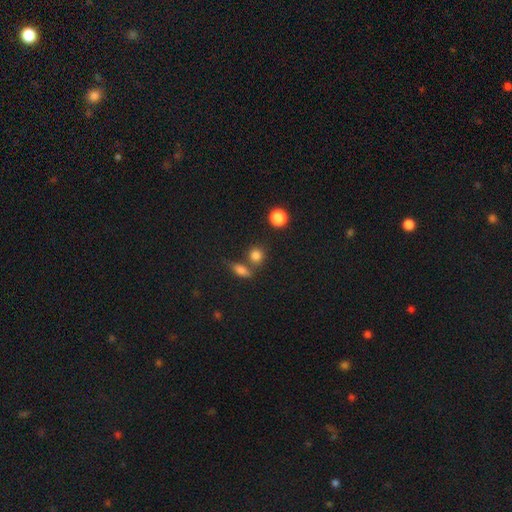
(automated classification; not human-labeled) Morphology: type=smooth (81%); roundness=round (77%); merging=none (61%).